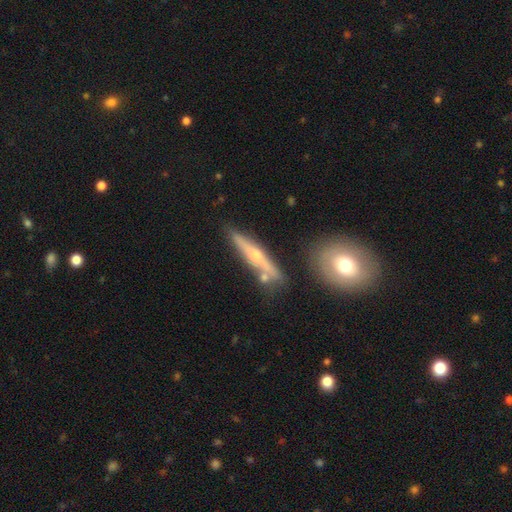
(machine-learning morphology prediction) type=featured or disk (66%); edge-on=yes (93%); edge-on bulge=rounded (89%); merging=none (76%).